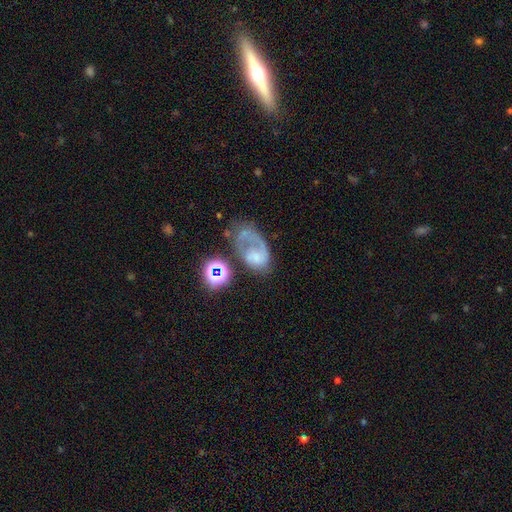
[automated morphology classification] This is possibly a featured or disk galaxy (48%). Merging: marginally major disturbance (38%).